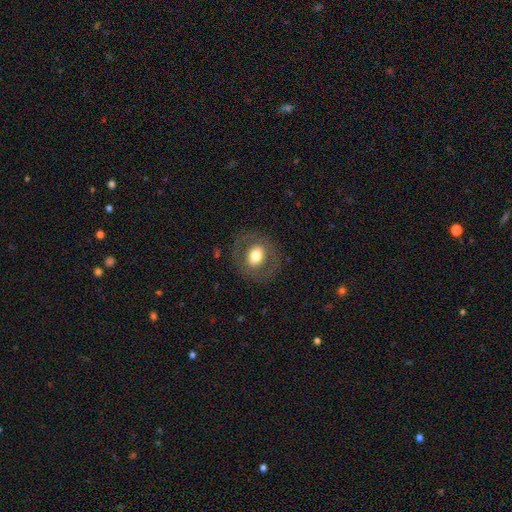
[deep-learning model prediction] Smooth or featured?
  - smooth: 57% *
  - featured or disk: 35%
  - star or artifact: 8%
How rounded?
  - round: 66% *
  - in between: 33%
  - cigar-shaped: 1%
Merging?
  - none: 81% *
  - minor disturbance: 11%
  - major disturbance: 8%
  - merger: 1%